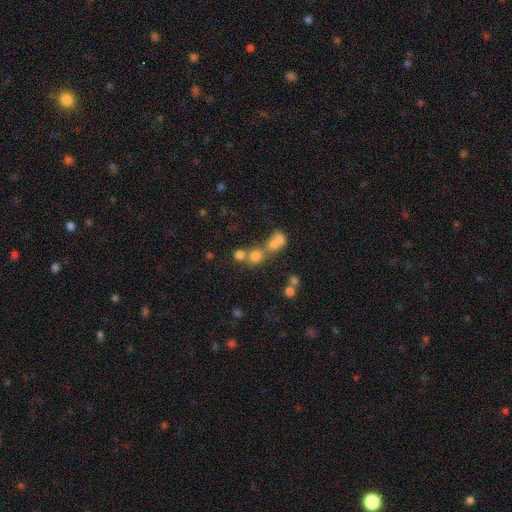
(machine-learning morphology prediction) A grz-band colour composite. It shows a smooth galaxy with no disk features (62%) that is round (78%). Merging: merger (53%).